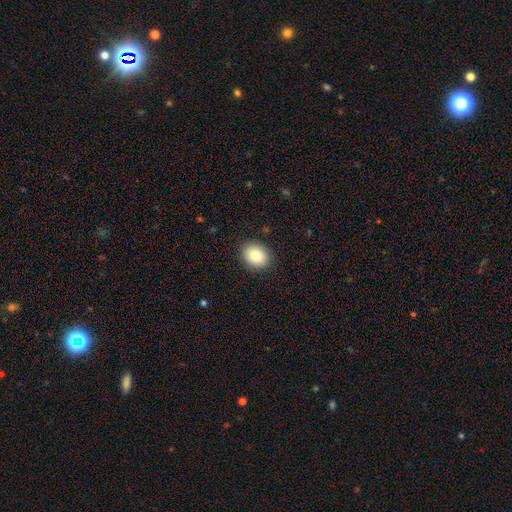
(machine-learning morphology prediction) A smooth galaxy with no disk features (84%) that is round (52%).

Vote fractions:
- Smooth or featured? smooth: 84% / star or artifact: 8% / featured or disk: 8%
- How rounded? round: 52% / in between: 47% / cigar-shaped: 1%
- Merging? none: 89% / minor disturbance: 8% / major disturbance: 2% / merger: 1%